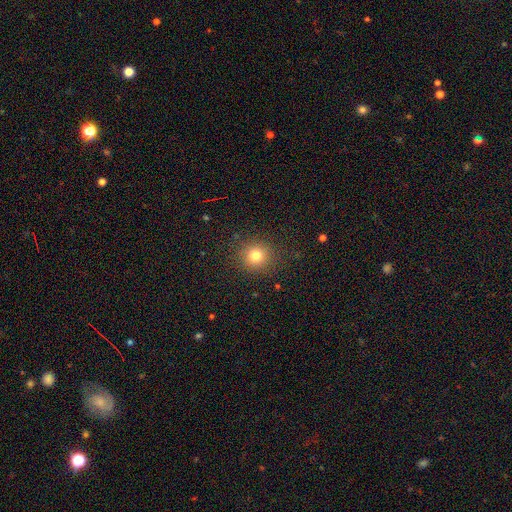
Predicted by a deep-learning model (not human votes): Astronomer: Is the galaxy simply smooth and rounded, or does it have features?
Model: smooth — 78%.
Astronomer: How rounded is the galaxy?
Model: round — 91%.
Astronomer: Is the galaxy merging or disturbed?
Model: none — 89%.